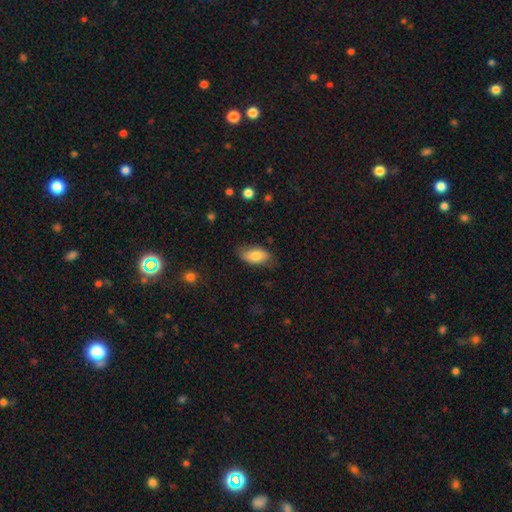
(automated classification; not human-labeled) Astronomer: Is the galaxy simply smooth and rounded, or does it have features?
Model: smooth — 77%.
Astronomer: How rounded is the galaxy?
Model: in between — 93%.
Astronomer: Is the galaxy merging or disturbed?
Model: none — 71%.